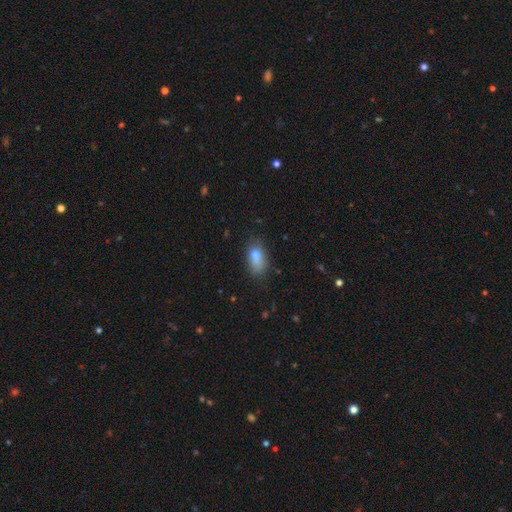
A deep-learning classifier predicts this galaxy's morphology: smooth 77%, featured or disk 12%, star or artifact 11%. Down the decision tree: how rounded — in between (83%); merging — none (57%).